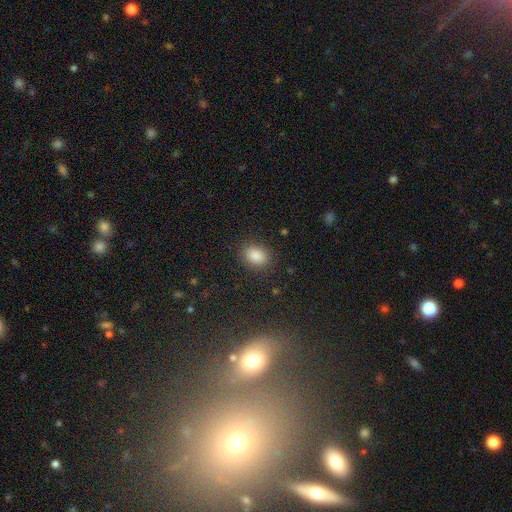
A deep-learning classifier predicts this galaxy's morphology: This is clearly a smooth galaxy (86%). How rounded: likely in between (76%). Merging: clearly none (86%).